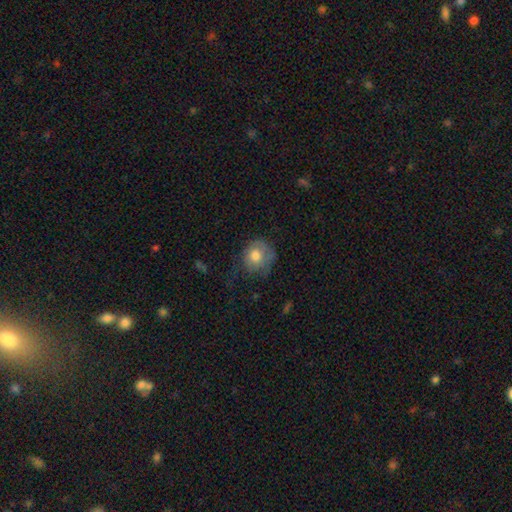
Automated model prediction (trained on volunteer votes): This appears to be a smooth galaxy with no disk features (73%) that is round (78%). Merging: none (49%).